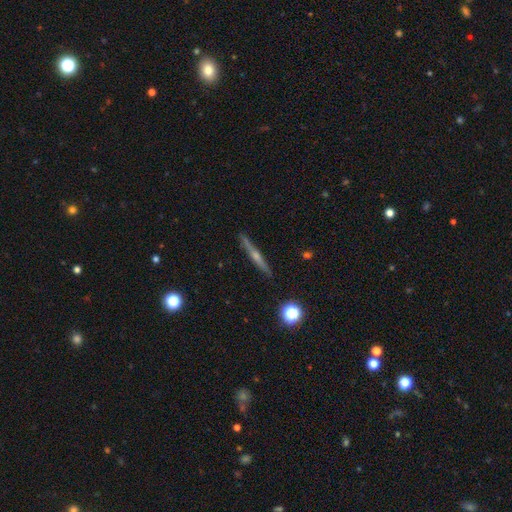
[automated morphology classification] type=featured or disk (72%); edge-on=yes (98%); edge-on bulge=rounded (79%); merging=none (91%).